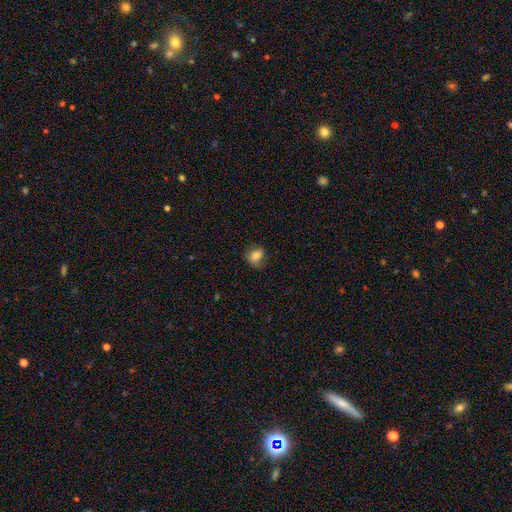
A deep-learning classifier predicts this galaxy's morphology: Q: Smooth or featured?
A: smooth (75%); runner-up: featured or disk (15%)
Q: How rounded?
A: in between (59%); runner-up: round (39%)
Q: Merging?
A: none (60%); runner-up: minor disturbance (27%)